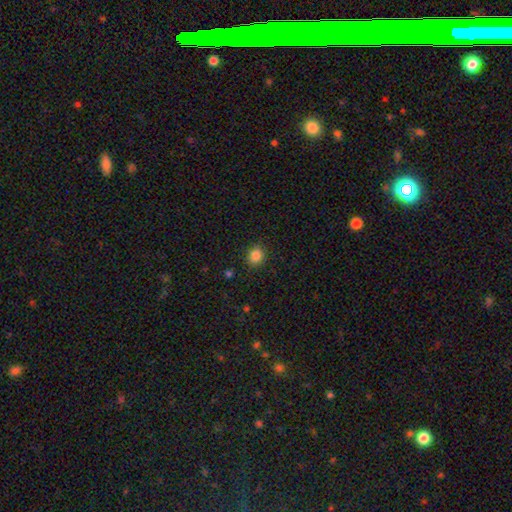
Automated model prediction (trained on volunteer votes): A smooth galaxy with no disk features (85%) that is round (72%). Merging: none (88%).